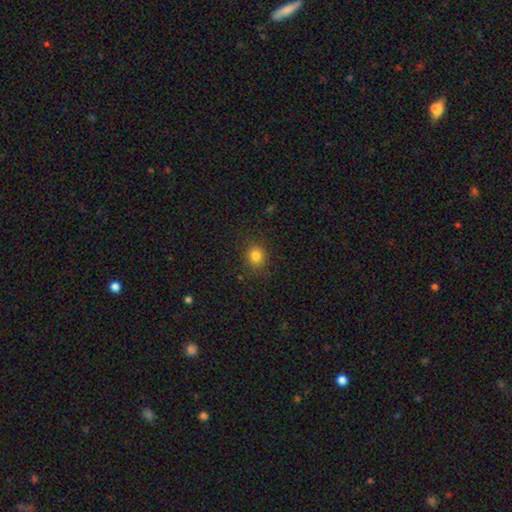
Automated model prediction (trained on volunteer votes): Smooth or featured? smooth (82%)
How rounded? round (78%)
Merging? none (87%)